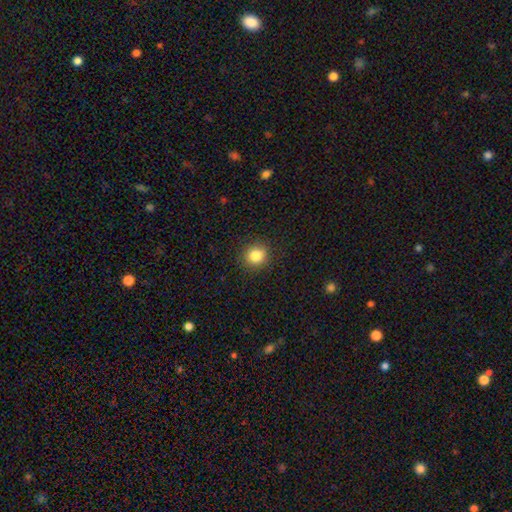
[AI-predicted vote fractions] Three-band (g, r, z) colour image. It shows a smooth galaxy with no disk features (84%) that is round (85%). Merging: none (89%).